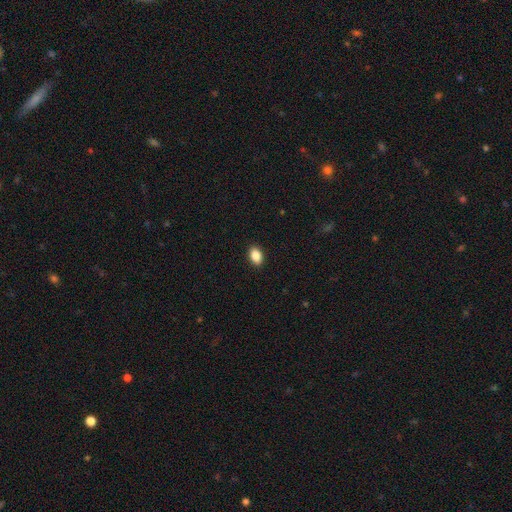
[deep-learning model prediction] This appears to be a smooth galaxy with no disk features (88%) that is in between round and cigar-shaped (88%). Merging: none (91%).